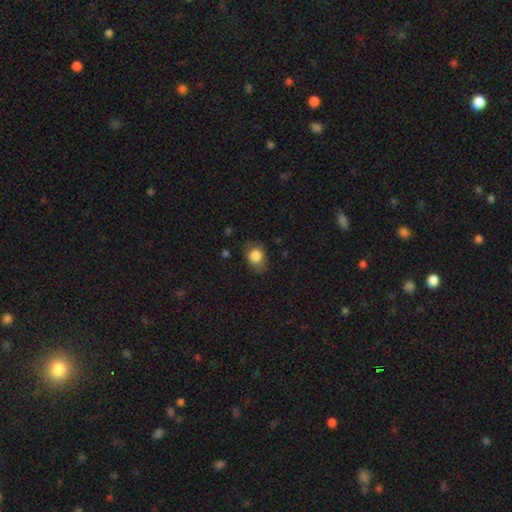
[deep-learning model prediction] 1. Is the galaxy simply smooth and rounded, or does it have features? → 83% smooth, 9% star or artifact, 8% featured or disk.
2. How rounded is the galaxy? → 52% in between, 46% round, 1% cigar-shaped.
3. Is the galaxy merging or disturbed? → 72% none, 20% minor disturbance, 6% major disturbance, 1% merger.